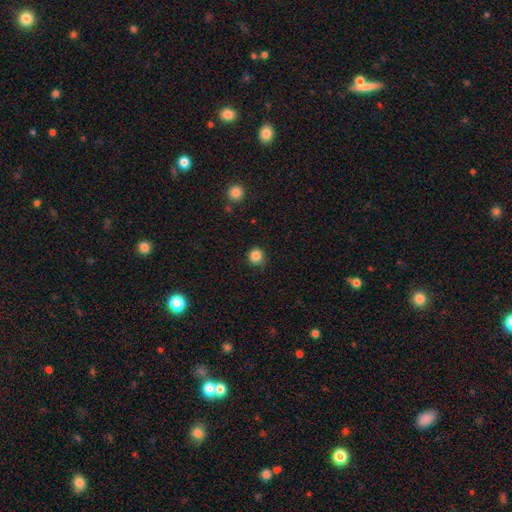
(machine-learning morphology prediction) Q: Smooth or featured?
A: smooth (85%); runner-up: star or artifact (11%)
Q: How rounded?
A: round (92%); runner-up: in between (7%)
Q: Merging?
A: none (79%); runner-up: minor disturbance (16%)